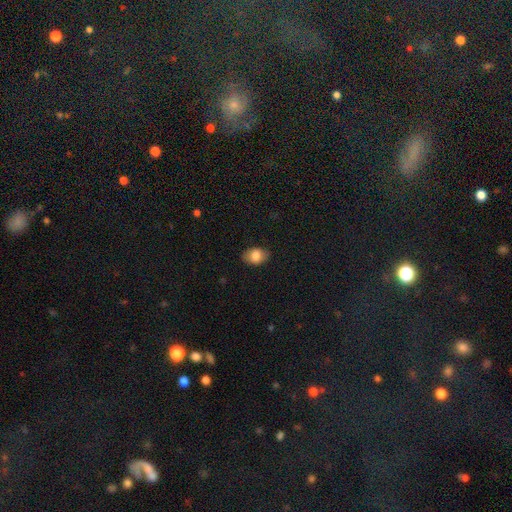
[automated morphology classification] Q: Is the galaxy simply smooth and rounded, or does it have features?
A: smooth — 80%.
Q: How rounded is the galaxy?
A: in between — 82%.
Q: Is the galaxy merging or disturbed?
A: none — 84%.